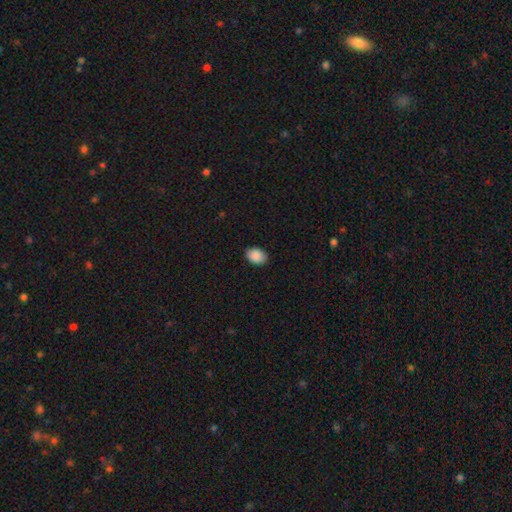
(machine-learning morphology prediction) Smooth or featured: smooth — 90% (star or artifact — 7%)
How rounded: in between — 80% (round — 19%)
Merging: none — 89% (minor disturbance — 9%)